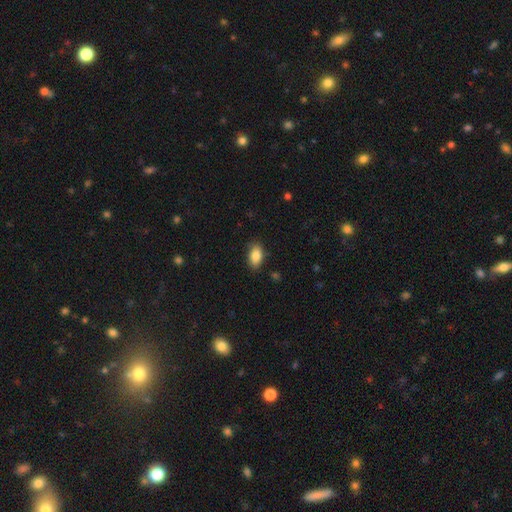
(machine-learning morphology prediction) Q: Smooth or featured?
A: smooth (87%); runner-up: star or artifact (7%)
Q: How rounded?
A: in between (91%); runner-up: round (6%)
Q: Merging?
A: none (84%); runner-up: minor disturbance (12%)